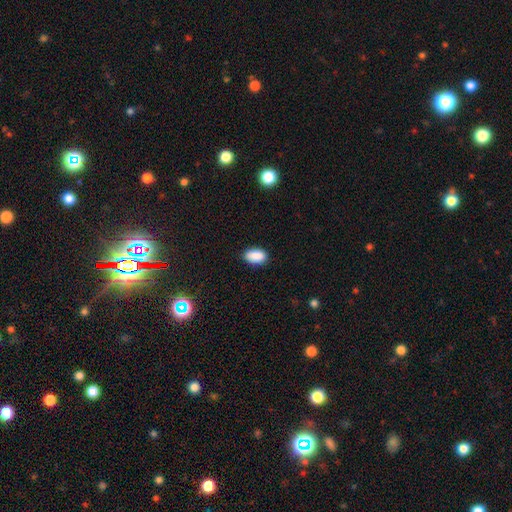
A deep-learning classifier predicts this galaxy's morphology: Smooth or featured? smooth (89%)
How rounded? in between (93%)
Merging? none (86%)